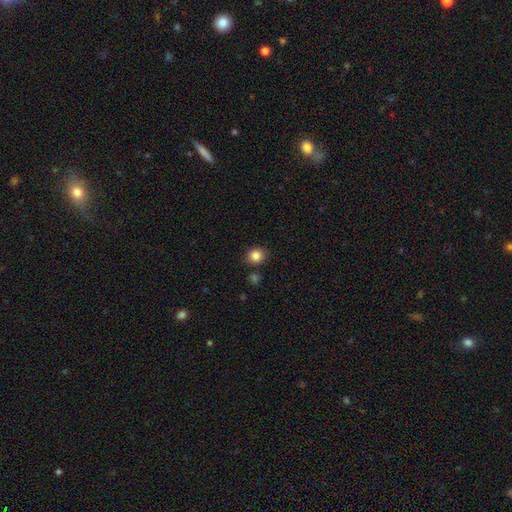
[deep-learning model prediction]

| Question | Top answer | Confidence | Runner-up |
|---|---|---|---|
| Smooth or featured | smooth | 85% | star or artifact (10%) |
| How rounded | round | 80% | in between (19%) |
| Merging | none | 84% | minor disturbance (9%) |